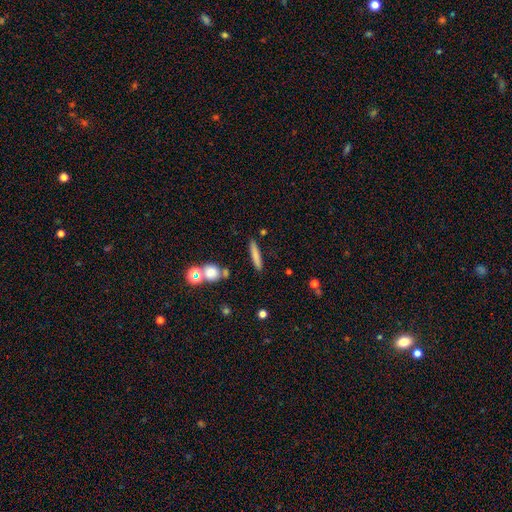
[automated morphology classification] smooth 76%, featured or disk 16%, star or artifact 8%. Down the decision tree: how rounded — cigar-shaped (90%); merging — none (84%).